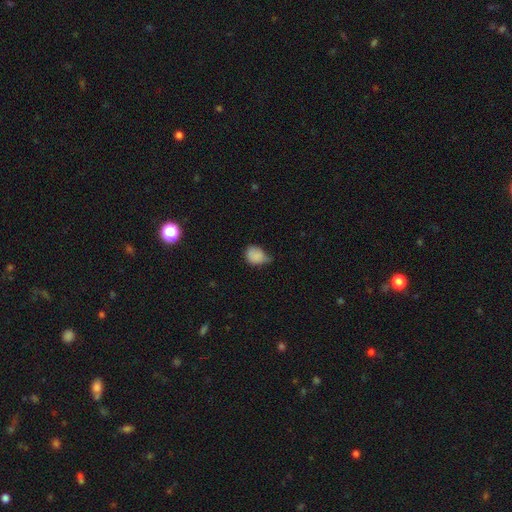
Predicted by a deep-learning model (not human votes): A smooth galaxy with no disk features (83%) that is round (51%). Merging: minor disturbance (52%).